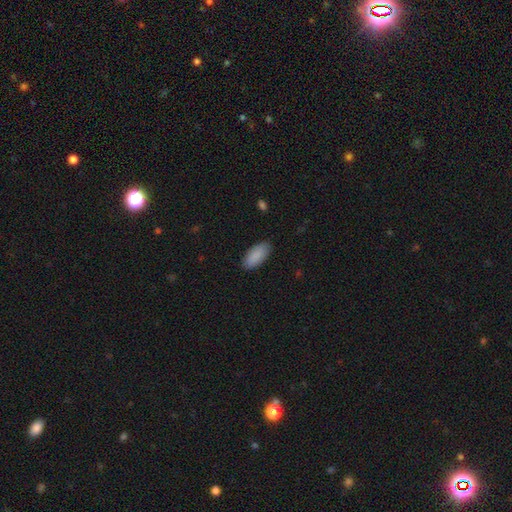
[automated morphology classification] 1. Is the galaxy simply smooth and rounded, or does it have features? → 90% smooth, 6% star or artifact, 5% featured or disk.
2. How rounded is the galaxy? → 90% in between, 8% cigar-shaped, 2% round.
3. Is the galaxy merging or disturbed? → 85% none, 11% minor disturbance, 2% major disturbance, 1% merger.